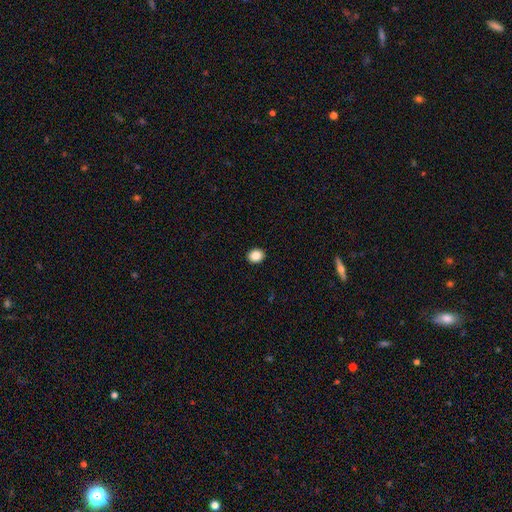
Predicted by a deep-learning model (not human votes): Q: Smooth or featured?
A: smooth (87%); runner-up: star or artifact (9%)
Q: How rounded?
A: round (61%); runner-up: in between (38%)
Q: Merging?
A: none (92%); runner-up: minor disturbance (5%)